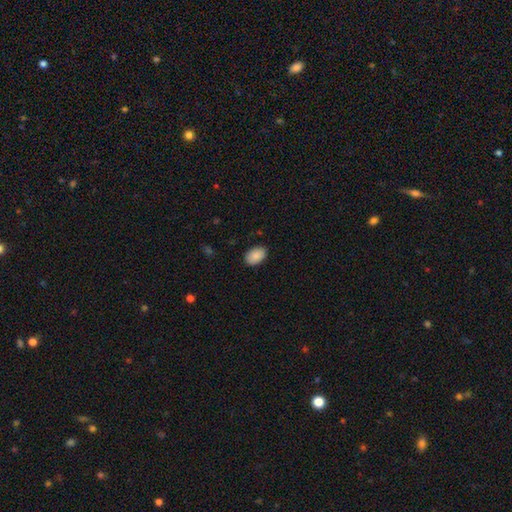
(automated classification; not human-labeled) Q: Smooth or featured?
A: smooth (90%); runner-up: star or artifact (7%)
Q: How rounded?
A: in between (90%); runner-up: round (9%)
Q: Merging?
A: none (88%); runner-up: minor disturbance (9%)